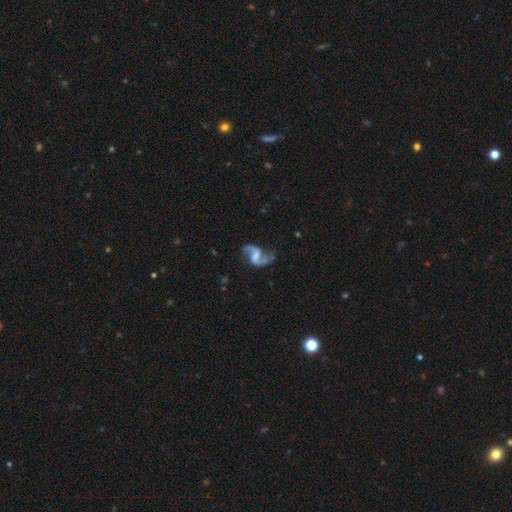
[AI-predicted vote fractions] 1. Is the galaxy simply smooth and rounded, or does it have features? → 90% featured or disk, 5% smooth, 5% star or artifact.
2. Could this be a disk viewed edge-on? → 98% no, 2% yes.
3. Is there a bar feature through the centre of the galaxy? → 50% weak, 27% no, 23% strong.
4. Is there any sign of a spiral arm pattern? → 97% yes, 3% no.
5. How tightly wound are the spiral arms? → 66% loose, 29% medium, 5% tight.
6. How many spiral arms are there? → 94% 2, 2% 1, 2% can't tell, 1% 3, 1% 4, 1% more than 4.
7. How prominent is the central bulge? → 38% none, 27% small, 26% moderate, 7% large, 1% dominant.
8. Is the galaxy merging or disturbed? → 71% none, 16% minor disturbance, 9% major disturbance, 3% merger.